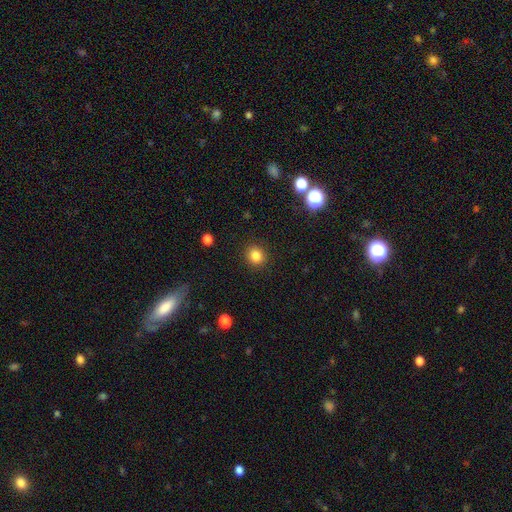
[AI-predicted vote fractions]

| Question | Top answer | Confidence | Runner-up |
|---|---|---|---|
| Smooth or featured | smooth | 83% | star or artifact (12%) |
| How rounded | round | 86% | in between (14%) |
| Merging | none | 91% | minor disturbance (6%) |